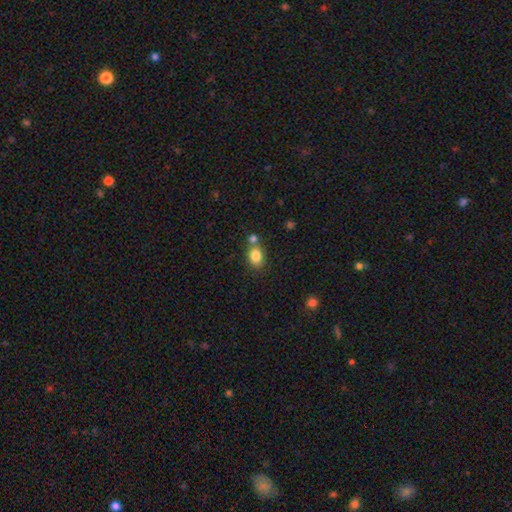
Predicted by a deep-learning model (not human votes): Smooth or featured? smooth (84%)
How rounded? in between (61%)
Merging? none (58%)